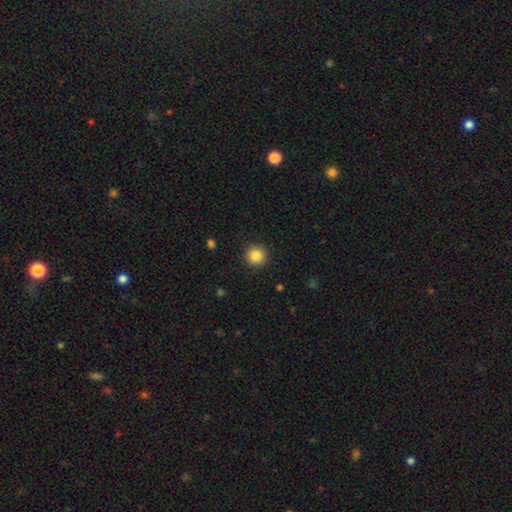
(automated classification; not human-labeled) smooth 86%, star or artifact 10%, featured or disk 4%. Down the decision tree: how rounded — round (94%); merging — none (91%).